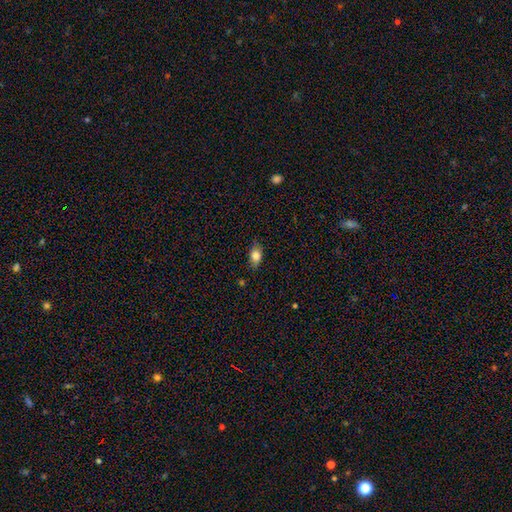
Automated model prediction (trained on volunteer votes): A smooth galaxy with no disk features (82%) that is in between round and cigar-shaped (84%). Merging: none (80%).